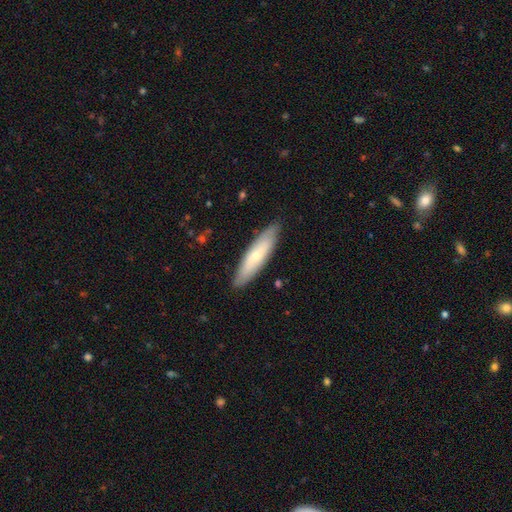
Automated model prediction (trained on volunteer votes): The model was most divided on "smooth or featured": smooth: 59%, featured or disk: 36%, star or artifact: 6%. More confident: merging — none (86%); how rounded — cigar-shaped (73%).